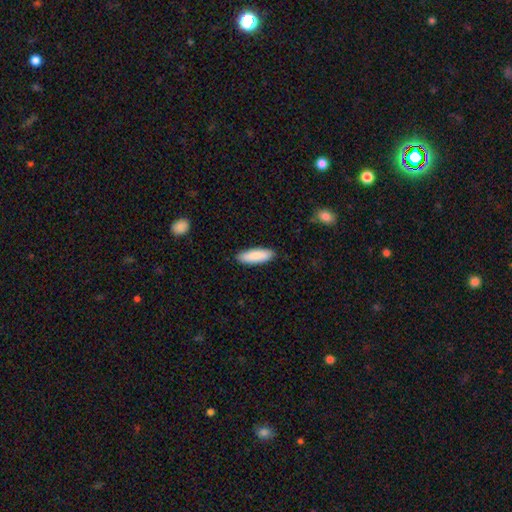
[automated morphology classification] smooth 89%, featured or disk 6%, star or artifact 5%. Down the decision tree: how rounded — in between (52%); merging — none (89%).